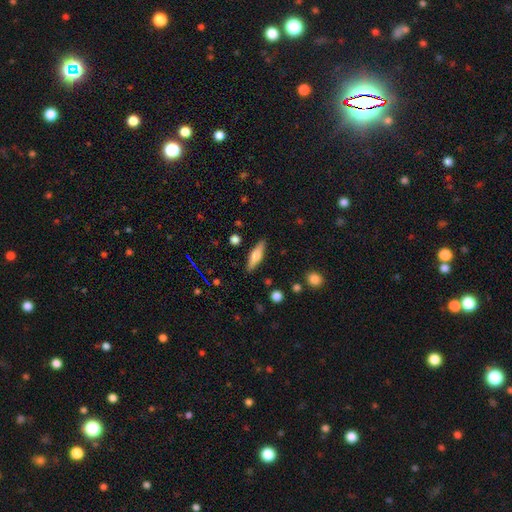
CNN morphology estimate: Smooth or featured? Predicted: smooth (p=0.52). How rounded? Predicted: cigar-shaped (p=0.63). Merging? Predicted: none (p=0.88).